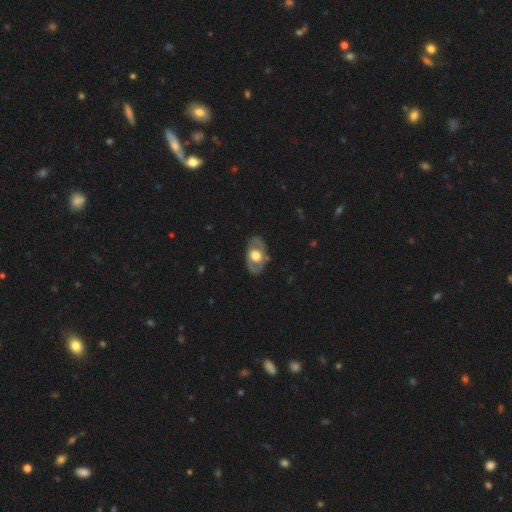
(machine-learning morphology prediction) Smooth or featured: featured or disk — 63% (smooth — 32%)
Edge-on disk: no — 89% (yes — 11%)
Bar: no — 80% (weak — 16%)
Spiral arms: no — 65% (yes — 35%)
Bulge size: large — 50% (moderate — 42%)
Merging: none — 79% (minor disturbance — 15%)